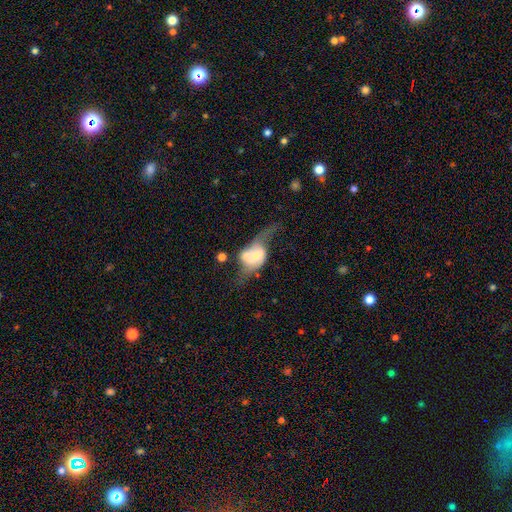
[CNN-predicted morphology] Smooth or featured? featured or disk (56%)
Edge-on disk? no (90%)
Bar? no (72%)
Spiral arms? yes (58%)
Bulge size? moderate (34%)
Merging? merger (33%)